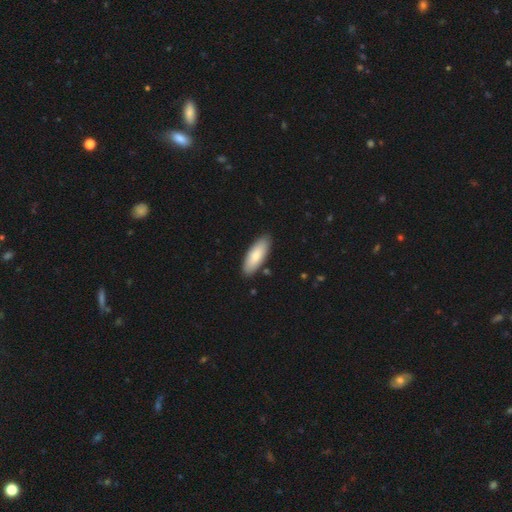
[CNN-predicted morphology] Smooth or featured: smooth — 82% (featured or disk — 13%)
How rounded: in between — 70% (cigar-shaped — 29%)
Merging: none — 87% (minor disturbance — 9%)